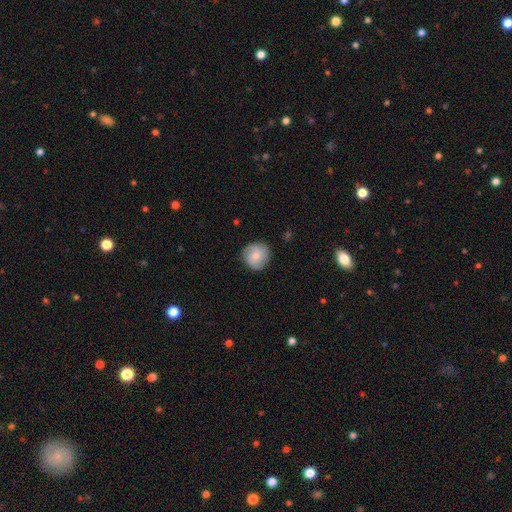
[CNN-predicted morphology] Smooth or featured? Predicted: smooth (p=0.63). How rounded? Predicted: round (p=0.92). Merging? Predicted: none (p=0.82).